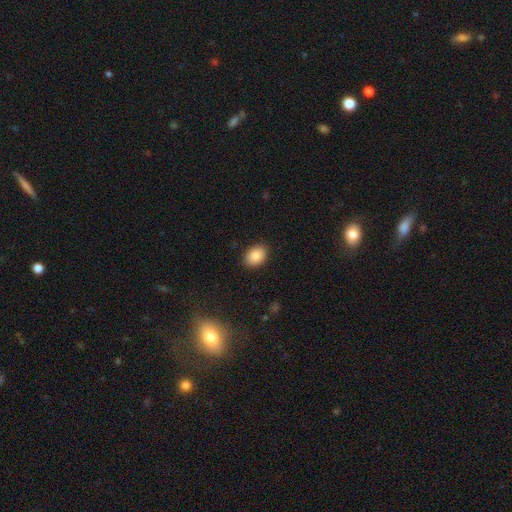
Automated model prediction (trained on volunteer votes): Smooth or featured? smooth (88%)
How rounded? in between (77%)
Merging? none (88%)